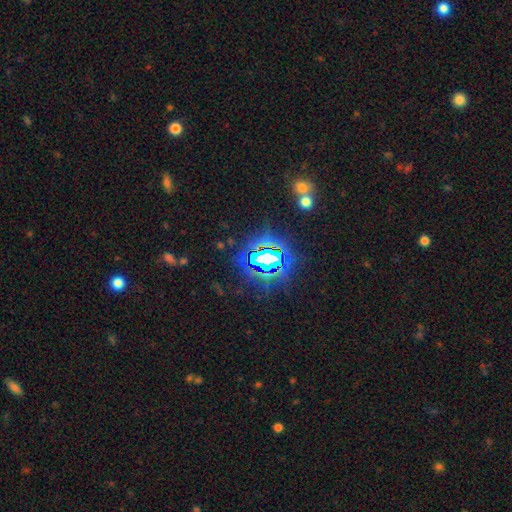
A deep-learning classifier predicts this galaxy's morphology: This appears to be a star or artifact, not a galaxy (76%).